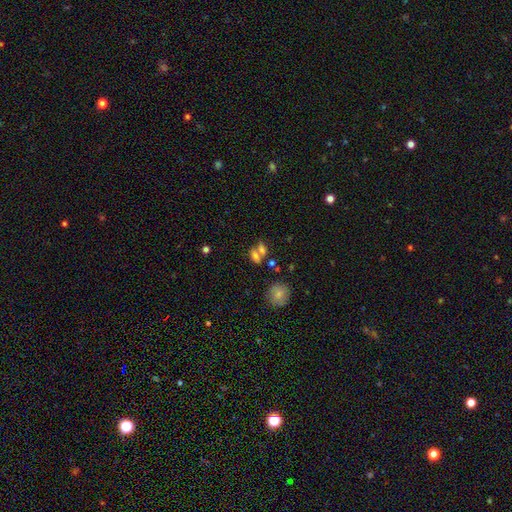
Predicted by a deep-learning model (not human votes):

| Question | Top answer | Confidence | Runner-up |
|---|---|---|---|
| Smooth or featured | smooth | 70% | featured or disk (17%) |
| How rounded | in between | 70% | round (21%) |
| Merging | merger | 50% | none (35%) |